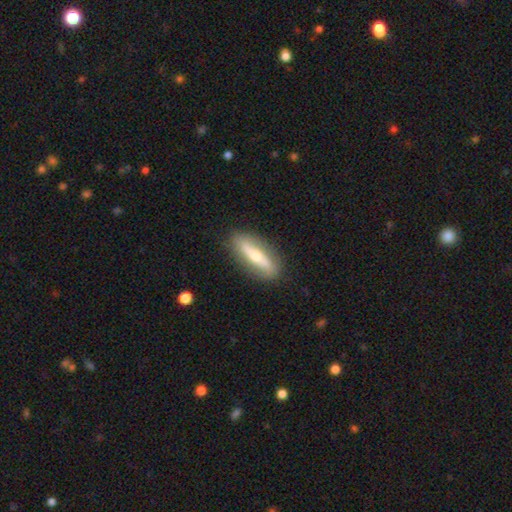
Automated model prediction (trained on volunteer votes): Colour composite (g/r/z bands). It shows a featured or disk galaxy (57%) viewed edge-on (61%). Merging: none (86%).